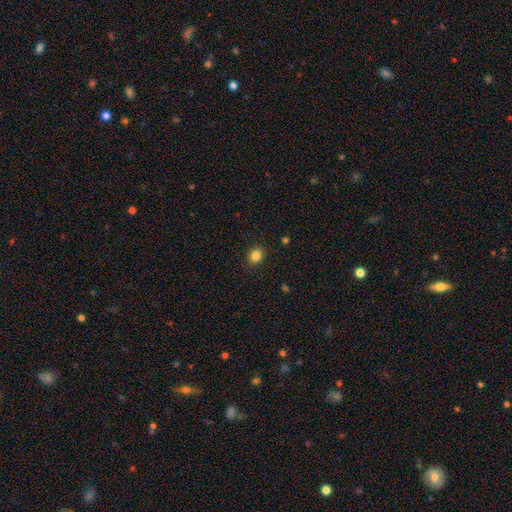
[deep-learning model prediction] A smooth galaxy with no disk features (84%) that is round (63%). Merging: none (89%).